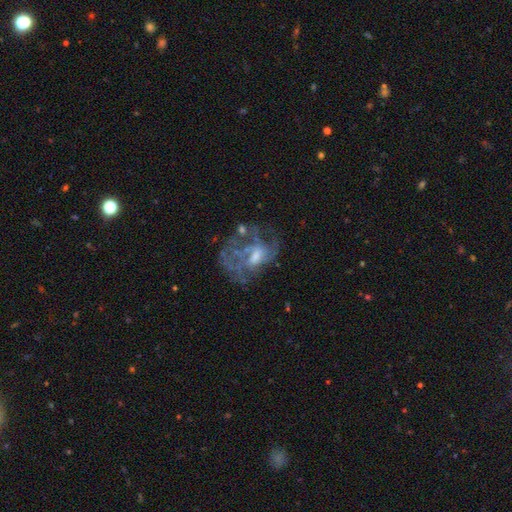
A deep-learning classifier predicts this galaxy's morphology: The model was most divided on "merging": none: 41%, major disturbance: 34%, minor disturbance: 18%, merger: 8%. Remaining: edge-on disk — no (97%); smooth or featured — featured or disk (71%); bar — no (55%); spiral arms — yes (54%); bulge size — moderate (46%).